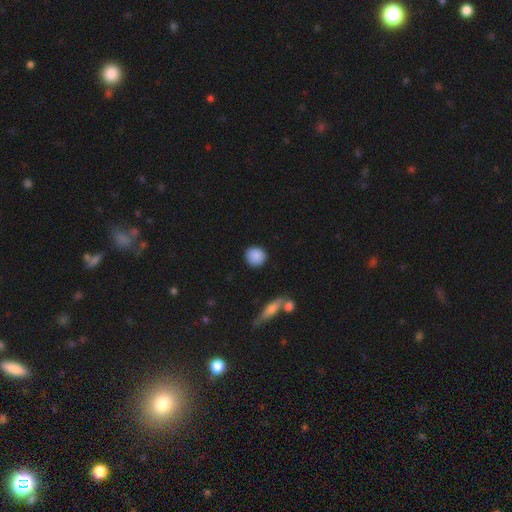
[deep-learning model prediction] smooth_or_featured: smooth (p=0.88) [alt: star or artifact p=0.07]
how_rounded: round (p=0.85) [alt: in between p=0.13]
merging: none (p=0.88) [alt: minor disturbance p=0.08]